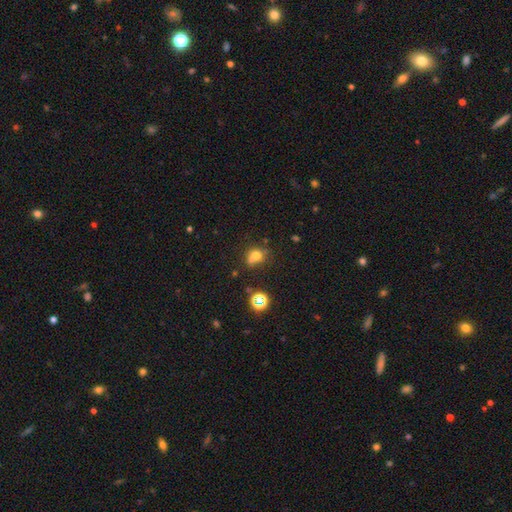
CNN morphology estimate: Smooth or featured? Predicted: smooth (p=0.67). How rounded? Predicted: round (p=0.65). Merging? Predicted: none (p=0.40).